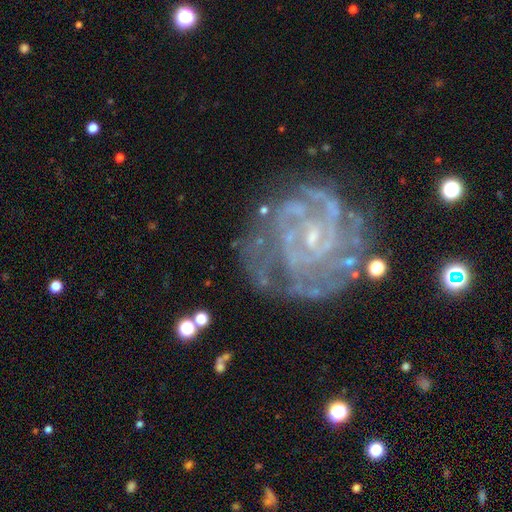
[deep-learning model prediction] Morphology: type=featured or disk (87%); edge-on=no (98%); bar=no (52%); spiral arms=yes (93%); winding=tight (72%); arm count=can't tell (32%); bulge=small (76%); merging=none (68%).